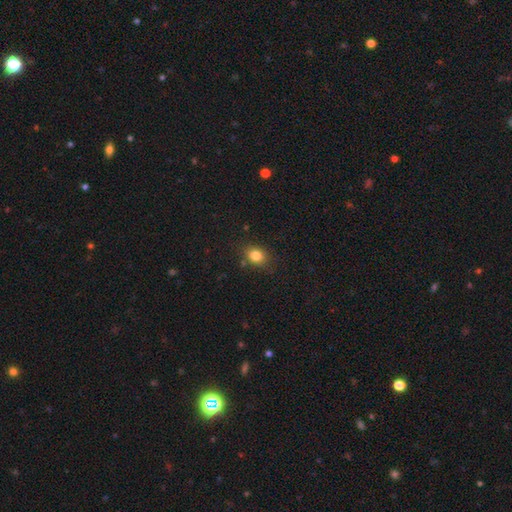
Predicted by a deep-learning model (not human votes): Overall: smooth (82%). How rounded: round (50%; in between 49%). Merging: none (81%).